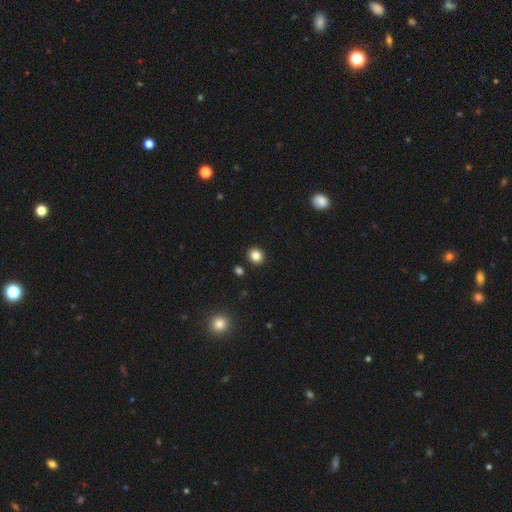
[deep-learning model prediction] smooth-or-featured: smooth: 84% | star or artifact: 11% | featured or disk: 5%
  how-rounded: round: 79% | in between: 20% | cigar-shaped: 1%
  merging: none: 91% | minor disturbance: 6% | merger: 2% | major disturbance: 2%